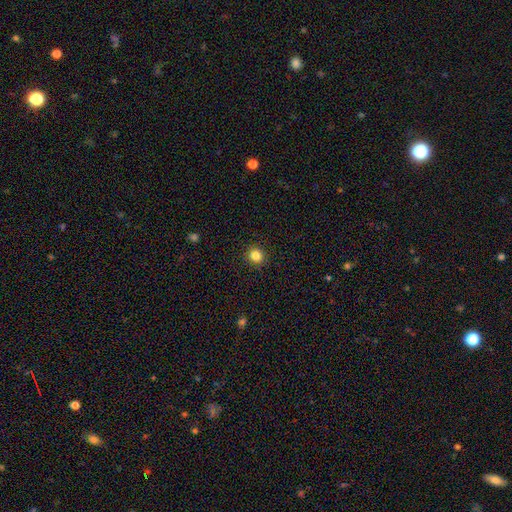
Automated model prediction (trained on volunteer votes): smooth-or-featured: smooth: 84% | star or artifact: 11% | featured or disk: 5%
  how-rounded: round: 89% | in between: 10% | cigar-shaped: 1%
  merging: none: 92% | minor disturbance: 5% | major disturbance: 2% | merger: 1%